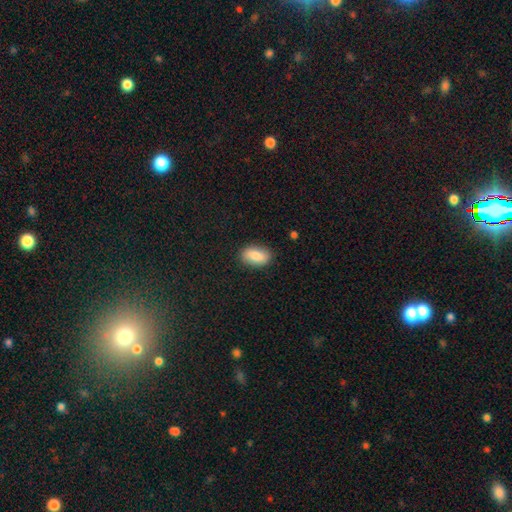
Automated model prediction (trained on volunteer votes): A smooth galaxy with no disk features (83%) that is in between round and cigar-shaped (90%). Merging: none (86%).